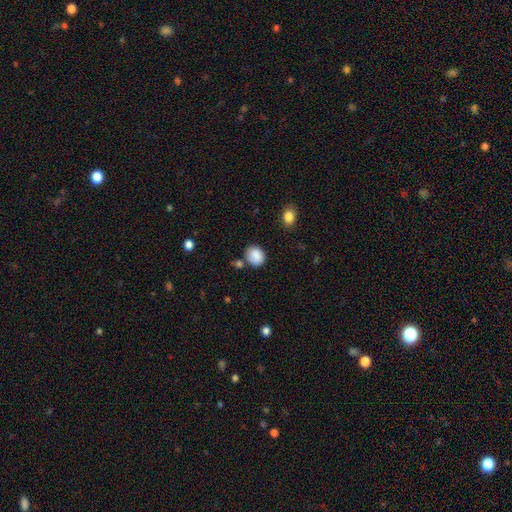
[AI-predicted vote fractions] Smooth or featured: smooth — 88% (star or artifact — 8%)
How rounded: round — 63% (in between — 36%)
Merging: none — 75% (minor disturbance — 14%)